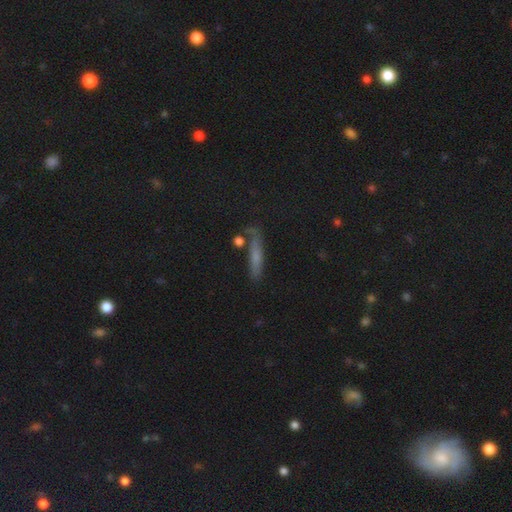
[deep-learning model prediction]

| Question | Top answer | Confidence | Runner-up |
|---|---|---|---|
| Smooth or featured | smooth | 56% | featured or disk (27%) |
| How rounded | cigar-shaped | 82% | in between (14%) |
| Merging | none | 73% | minor disturbance (15%) |